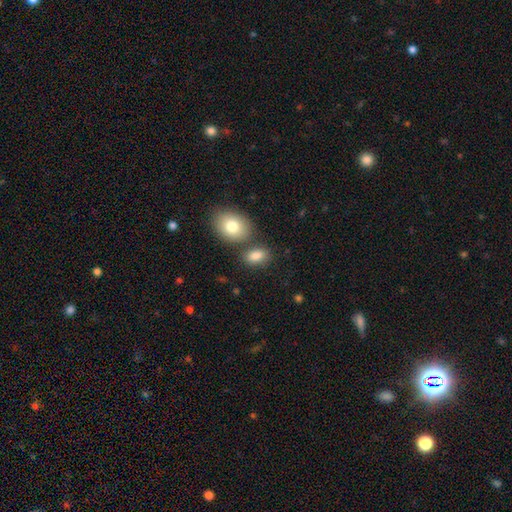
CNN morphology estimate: Smooth or featured?
  - smooth: 84% *
  - star or artifact: 9%
  - featured or disk: 8%
How rounded?
  - in between: 85% *
  - round: 13%
  - cigar-shaped: 2%
Merging?
  - none: 64% *
  - merger: 20%
  - minor disturbance: 12%
  - major disturbance: 4%